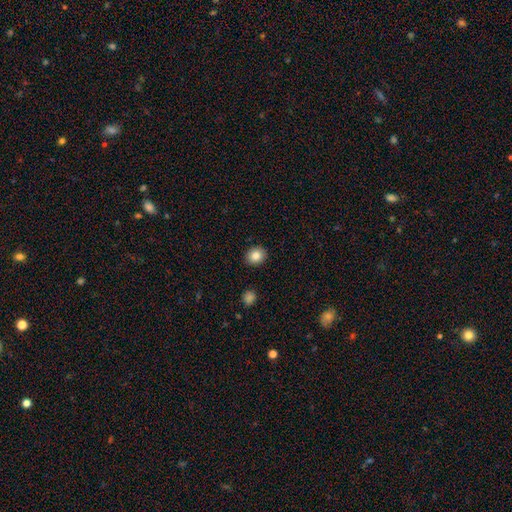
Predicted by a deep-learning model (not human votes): smooth 84%, star or artifact 9%, featured or disk 7%. Down the decision tree: how rounded — round (70%); merging — none (90%).